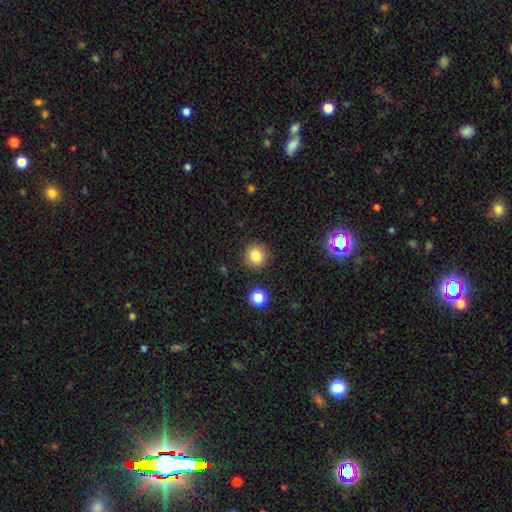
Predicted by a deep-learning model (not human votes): smooth 82%, star or artifact 12%, featured or disk 6%. Down the decision tree: how rounded — round (94%); merging — none (90%).